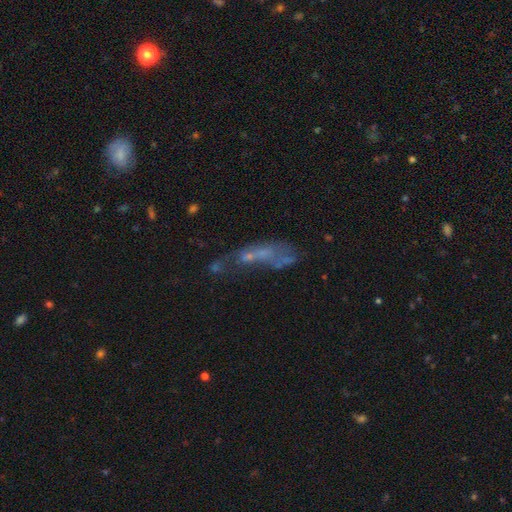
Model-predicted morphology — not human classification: This appears to be a featured or disk galaxy (41%). Merging: none (30%).